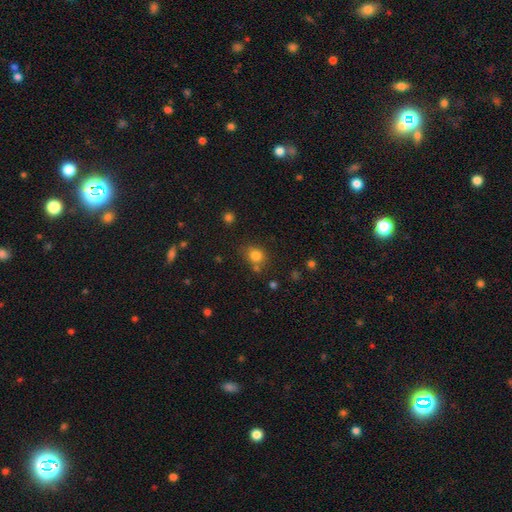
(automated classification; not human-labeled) Overall: smooth (80%). How rounded: round (69%; in between 30%). Merging: none (70%).